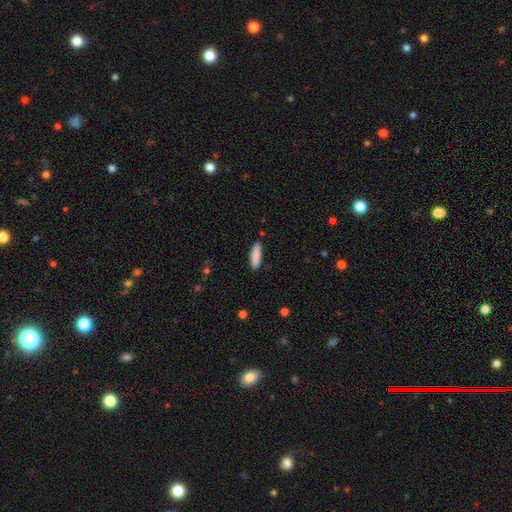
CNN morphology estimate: smooth-or-featured: smooth: 88% | star or artifact: 6% | featured or disk: 6%
  how-rounded: cigar-shaped: 60% | in between: 38% | round: 1%
  merging: none: 87% | minor disturbance: 9% | major disturbance: 2% | merger: 1%